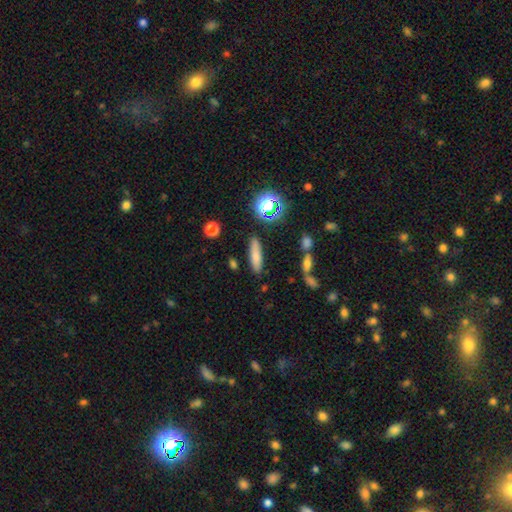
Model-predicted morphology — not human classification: This is likely a smooth galaxy (74%). How rounded: likely cigar-shaped (66%). Merging: clearly none (83%).